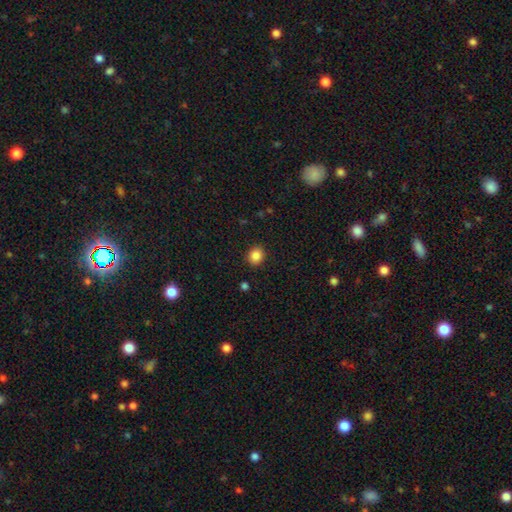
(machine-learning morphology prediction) Overall: smooth (87%). How rounded: round (71%). Merging: none (90%).